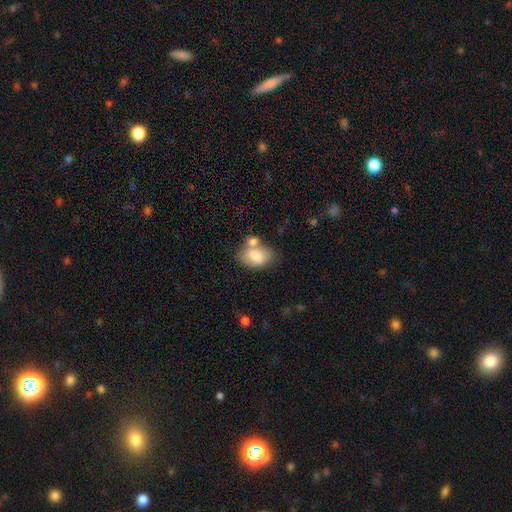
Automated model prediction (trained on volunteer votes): Overall: smooth (81%). How rounded: in between (84%). Merging: none (45%; merger 34%).